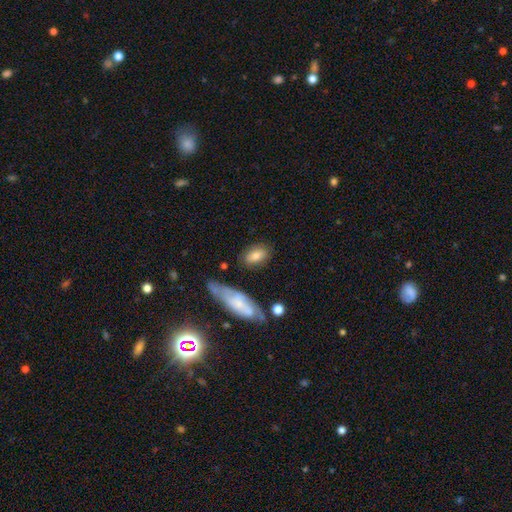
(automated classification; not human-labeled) Smooth or featured: smooth — 75% (featured or disk — 18%)
How rounded: in between — 86% (round — 8%)
Merging: none — 75% (minor disturbance — 15%)